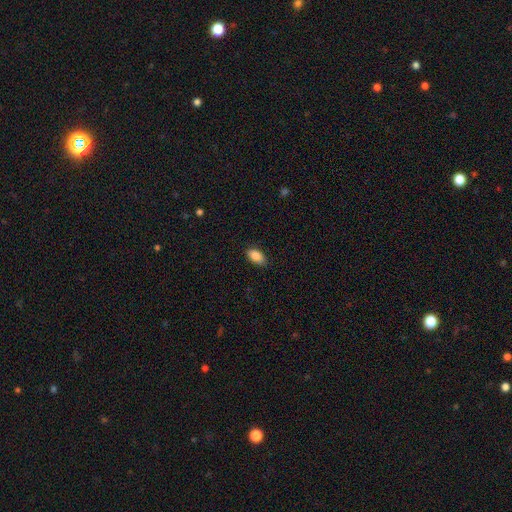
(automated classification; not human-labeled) smooth 86%, star or artifact 7%, featured or disk 7%. Down the decision tree: how rounded — in between (92%); merging — none (85%).